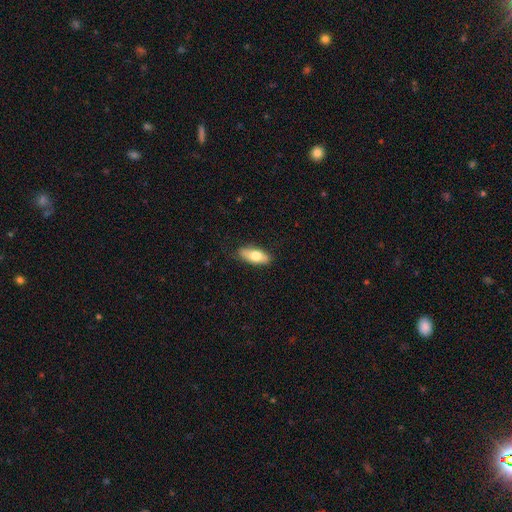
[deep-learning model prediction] The model was most divided on "smooth or featured": smooth: 71%, featured or disk: 24%, star or artifact: 6%. More confident: merging — none (84%); how rounded — in between (75%).